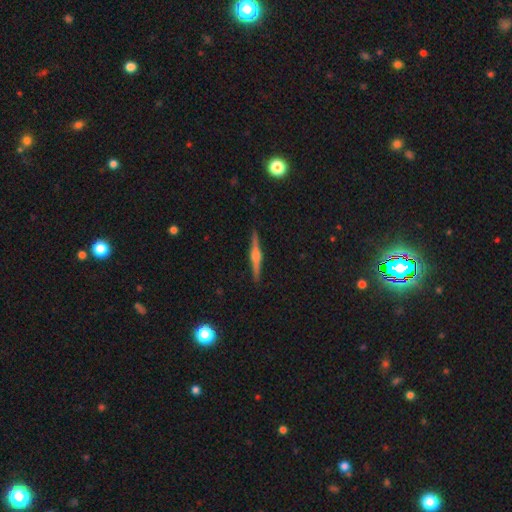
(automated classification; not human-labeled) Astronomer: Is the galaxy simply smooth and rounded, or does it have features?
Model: featured or disk — 80%.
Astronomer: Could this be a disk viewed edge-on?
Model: yes — 98%.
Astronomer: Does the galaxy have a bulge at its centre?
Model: rounded — 88%.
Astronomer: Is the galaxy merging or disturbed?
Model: none — 92%.